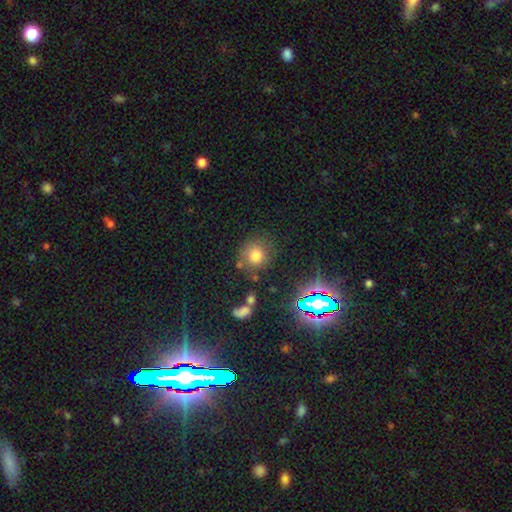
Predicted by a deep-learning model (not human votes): Smooth or featured? Predicted: smooth (p=0.72). How rounded? Predicted: round (p=0.84). Merging? Predicted: none (p=0.69).